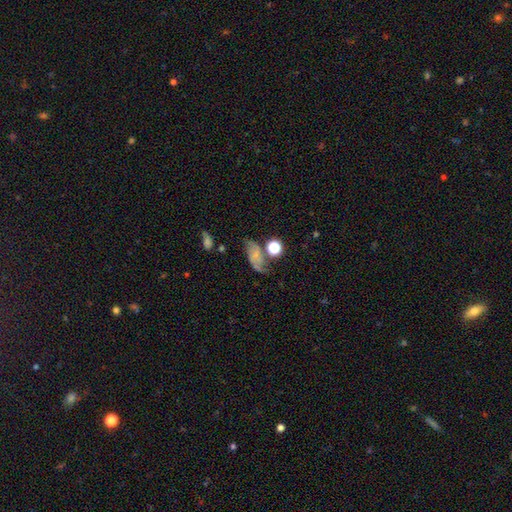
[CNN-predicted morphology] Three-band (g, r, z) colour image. It shows a featured or disk galaxy (54%) with no bar (71%), spiral arms (87%) and a small central bulge (64%). Merging: none (48%).